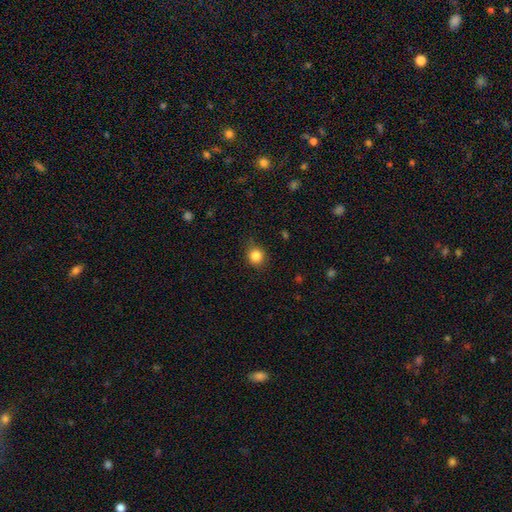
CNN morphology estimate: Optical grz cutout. It shows a smooth galaxy with no disk features (85%) that is round (88%). Merging: none (82%).